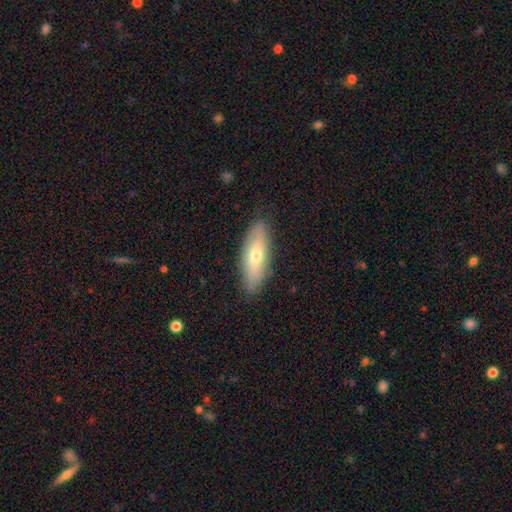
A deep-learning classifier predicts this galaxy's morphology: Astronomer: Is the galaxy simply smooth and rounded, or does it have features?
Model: smooth — 55% (runner-up: featured or disk, 39%).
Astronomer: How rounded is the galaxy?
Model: in between — 61%.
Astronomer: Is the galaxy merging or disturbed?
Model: none — 84%.